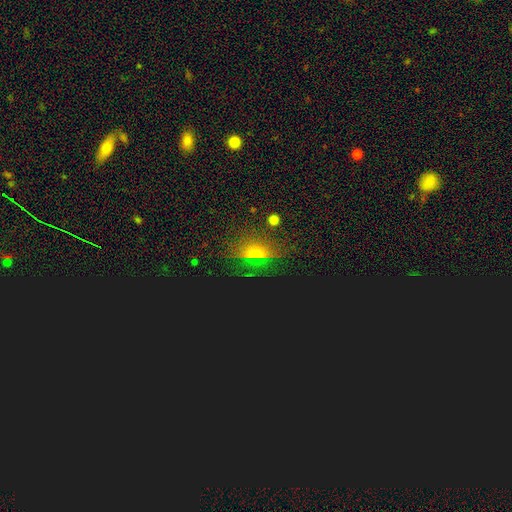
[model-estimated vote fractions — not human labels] A star or artifact, not a galaxy (50%).